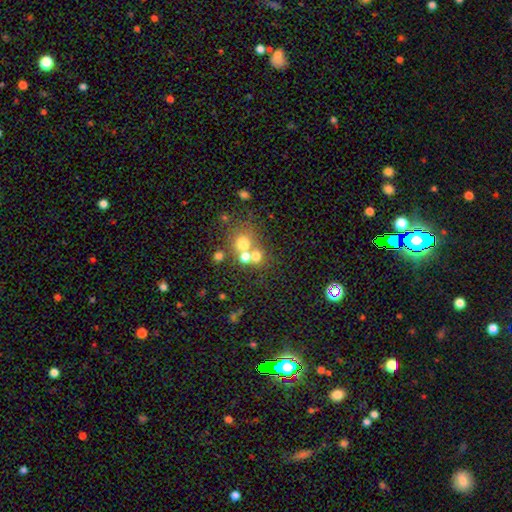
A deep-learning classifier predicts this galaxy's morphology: Smooth or featured?
  - smooth: 62% *
  - featured or disk: 20%
  - star or artifact: 18%
How rounded?
  - round: 80% *
  - in between: 19%
  - cigar-shaped: 1%
Merging?
  - merger: 48% *
  - none: 40%
  - minor disturbance: 7%
  - major disturbance: 5%